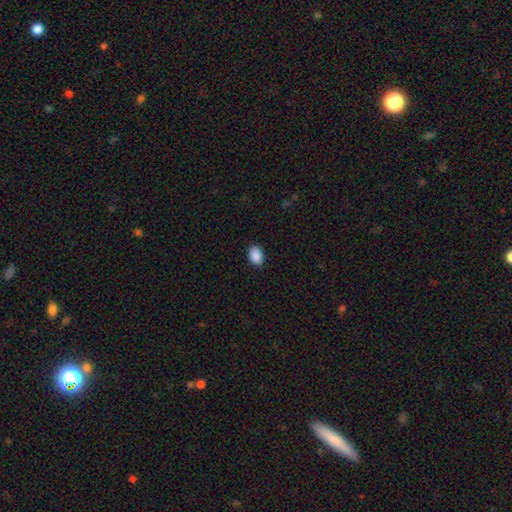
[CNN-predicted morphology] smooth 90%, star or artifact 8%, featured or disk 3%. Down the decision tree: how rounded — in between (81%); merging — none (89%).